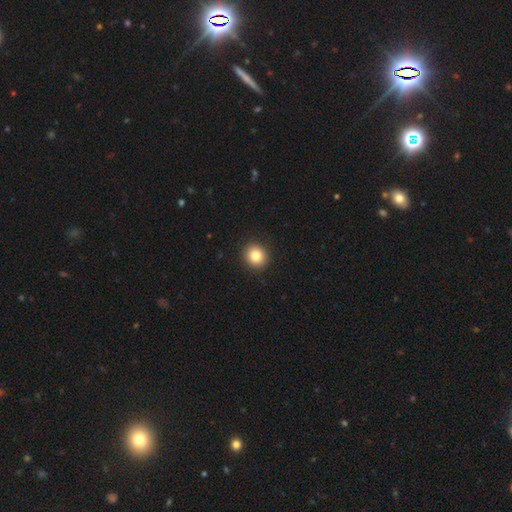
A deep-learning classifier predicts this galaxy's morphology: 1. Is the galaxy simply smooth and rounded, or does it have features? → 83% smooth, 10% star or artifact, 7% featured or disk.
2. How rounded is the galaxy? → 87% round, 12% in between, 1% cigar-shaped.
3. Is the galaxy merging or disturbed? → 92% none, 5% minor disturbance, 2% major disturbance, 1% merger.